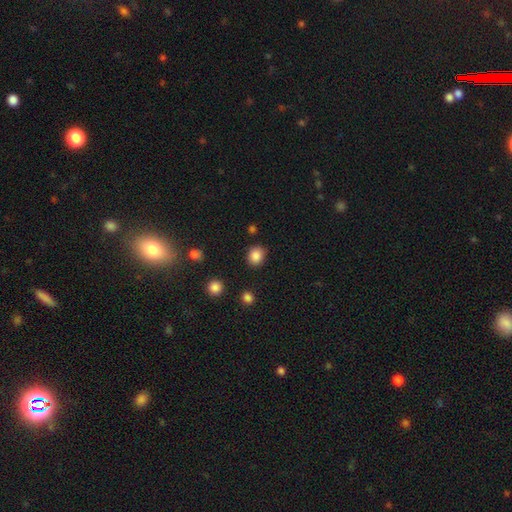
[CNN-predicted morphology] A smooth galaxy with no disk features (86%) that is round (68%). Merging: none (85%).